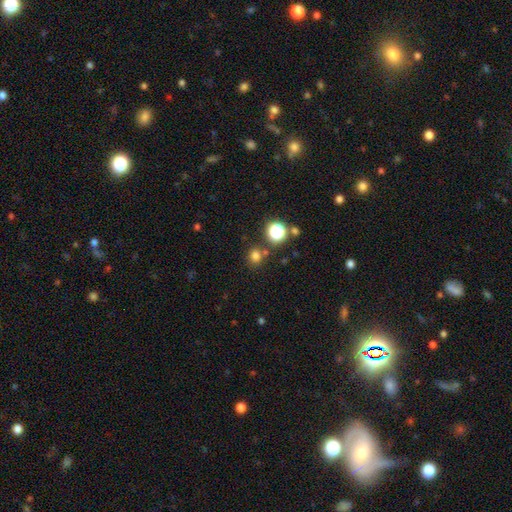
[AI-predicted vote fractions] Overall: smooth (74%). How rounded: round (85%). Merging: none (77%).